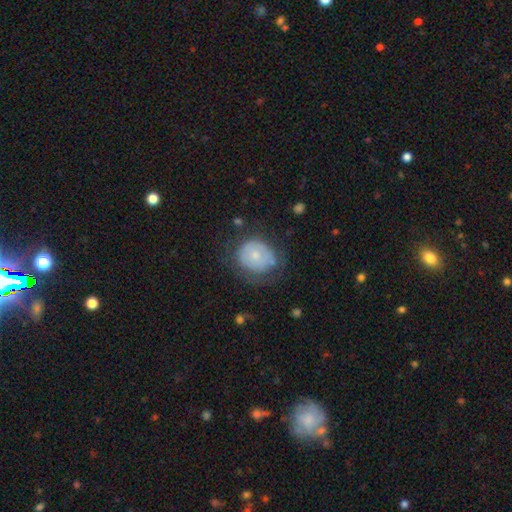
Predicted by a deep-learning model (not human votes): Smooth or featured? Predicted: smooth (p=0.60). How rounded? Predicted: round (p=0.69). Merging? Predicted: none (p=0.50).